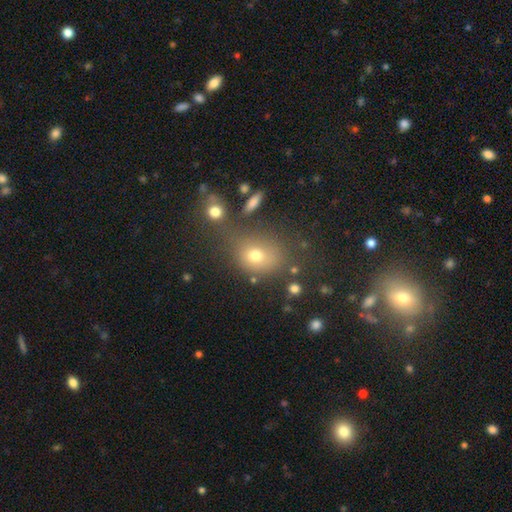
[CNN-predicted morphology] Q: Smooth or featured?
A: smooth (69%); runner-up: star or artifact (19%)
Q: How rounded?
A: round (51%); runner-up: in between (48%)
Q: Merging?
A: none (58%); runner-up: minor disturbance (17%)